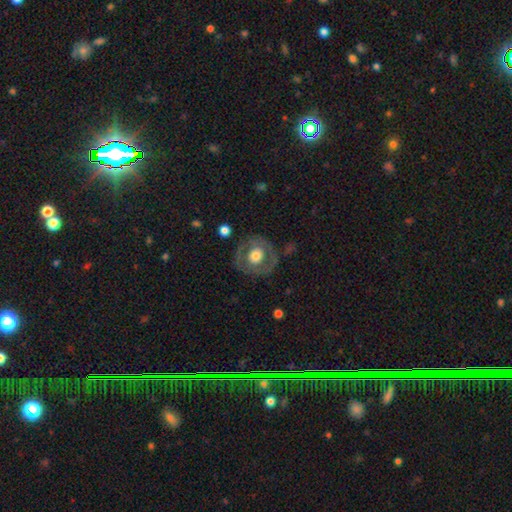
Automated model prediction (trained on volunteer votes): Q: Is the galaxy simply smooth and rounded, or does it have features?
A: featured or disk — 50%.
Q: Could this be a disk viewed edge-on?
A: no — 95%.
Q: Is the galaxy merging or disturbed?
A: none — 76%.